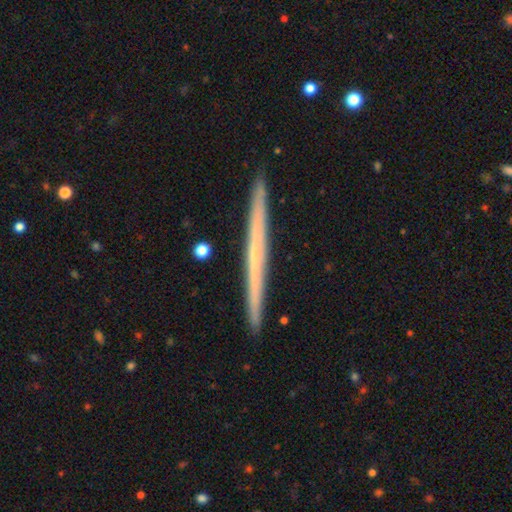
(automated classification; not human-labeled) A featured or disk galaxy (56%) viewed edge-on (98%) with no central bulge (89%).

Vote fractions:
- Smooth or featured? featured or disk: 56% / smooth: 38% / star or artifact: 6%
- Edge-on disk? yes: 98% / no: 2%
- Edge-on bulge? none: 89% / rounded: 9% / boxy: 2%
- Merging? none: 92% / minor disturbance: 5% / merger: 1% / major disturbance: 1%